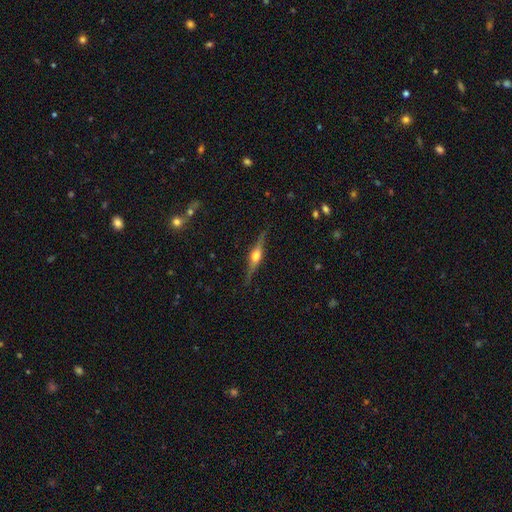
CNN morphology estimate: A featured or disk galaxy (80%) viewed edge-on (98%) with a rounded central bulge (94%).

Vote fractions:
- Smooth or featured? featured or disk: 80% / smooth: 14% / star or artifact: 6%
- Edge-on disk? yes: 98% / no: 2%
- Edge-on bulge? rounded: 94% / boxy: 5% / none: 2%
- Merging? none: 88% / minor disturbance: 9% / major disturbance: 2% / merger: 1%